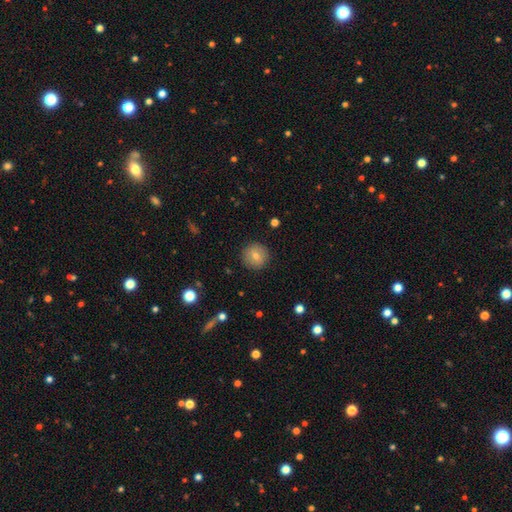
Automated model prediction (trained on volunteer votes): A smooth galaxy with no disk features (75%) that is round (95%).

Vote fractions:
- Smooth or featured? smooth: 75% / featured or disk: 15% / star or artifact: 9%
- How rounded? round: 95% / in between: 4% / cigar-shaped: 1%
- Merging? none: 90% / minor disturbance: 6% / major disturbance: 2% / merger: 1%